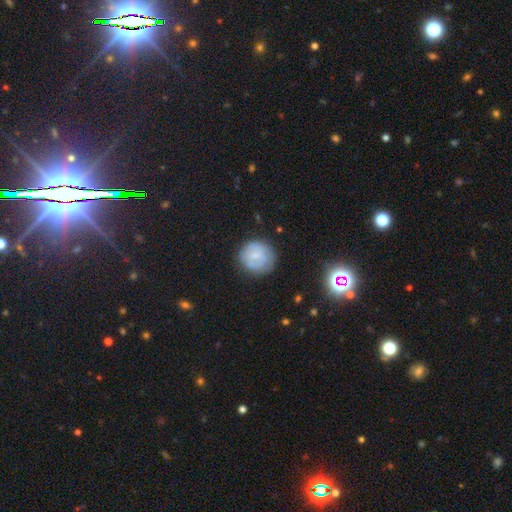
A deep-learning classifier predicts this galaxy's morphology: Smooth or featured: smooth — 65% (featured or disk — 26%)
How rounded: round — 91% (in between — 8%)
Merging: none — 76% (minor disturbance — 16%)